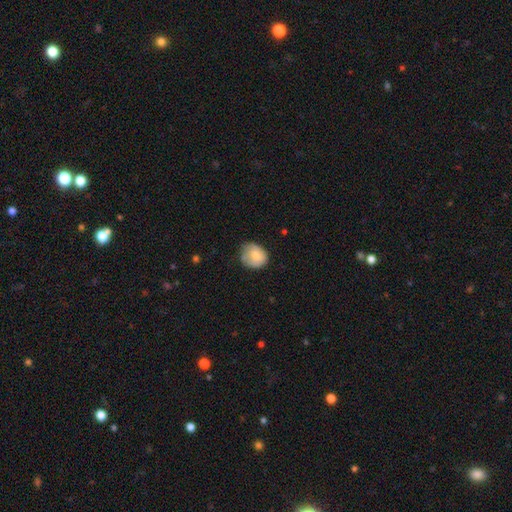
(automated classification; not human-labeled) A smooth galaxy with no disk features (74%) that is round (66%). Merging: none (56%).